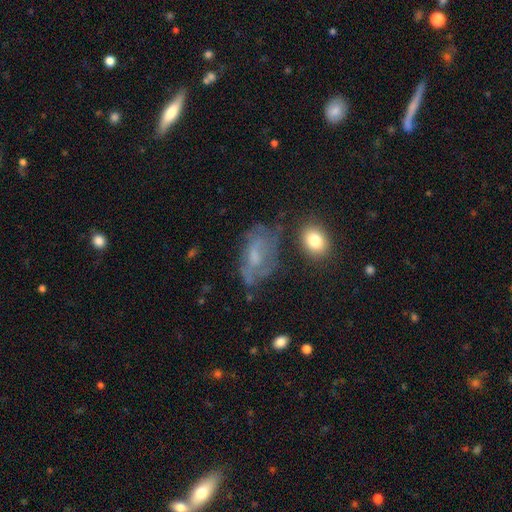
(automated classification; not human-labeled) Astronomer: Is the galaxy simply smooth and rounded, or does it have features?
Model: featured or disk — 57%.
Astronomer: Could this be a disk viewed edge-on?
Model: no — 92%.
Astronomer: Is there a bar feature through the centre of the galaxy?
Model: no — 55% (runner-up: weak, 37%).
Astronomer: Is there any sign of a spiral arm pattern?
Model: yes — 59% (runner-up: no, 41%).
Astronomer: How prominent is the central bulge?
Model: small — 45% (runner-up: moderate, 33%).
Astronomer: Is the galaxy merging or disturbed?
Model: none — 52%.